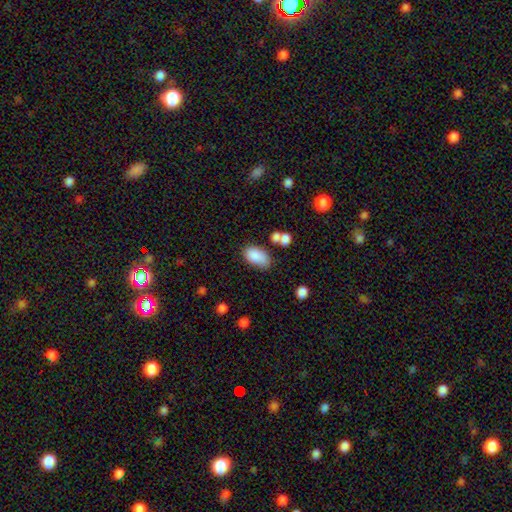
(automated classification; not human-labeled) Smooth or featured? Predicted: smooth (p=0.86). How rounded? Predicted: in between (p=0.93). Merging? Predicted: none (p=0.59).